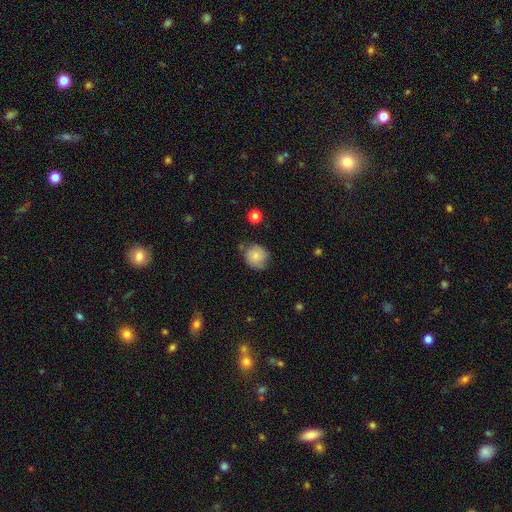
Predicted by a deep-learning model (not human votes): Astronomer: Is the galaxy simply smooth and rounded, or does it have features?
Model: smooth — 71%.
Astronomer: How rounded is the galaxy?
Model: round — 82%.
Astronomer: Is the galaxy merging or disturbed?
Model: none — 60%.